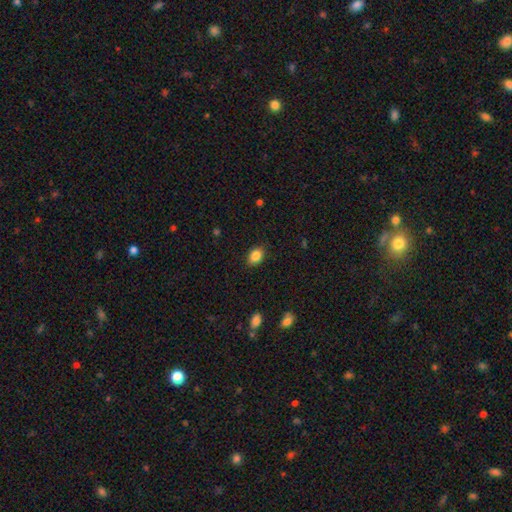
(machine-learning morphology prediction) A smooth galaxy with no disk features (86%) that is in between round and cigar-shaped (75%). Merging: none (86%).